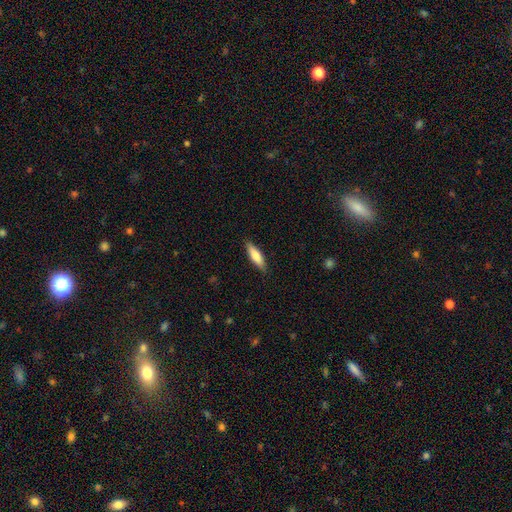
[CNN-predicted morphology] This is likely a smooth galaxy (74%). How rounded: likely cigar-shaped (60%). Merging: clearly none (86%).